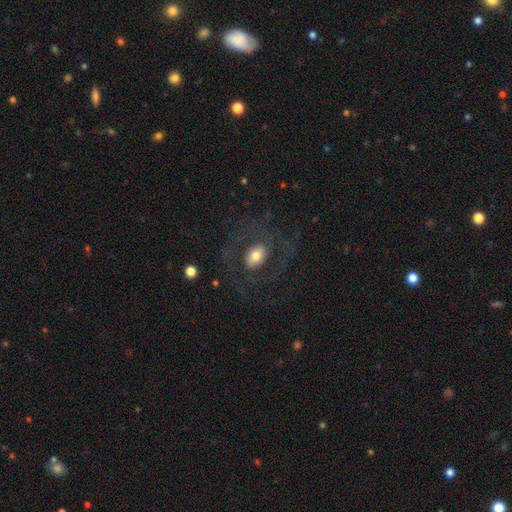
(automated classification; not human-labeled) Smooth or featured?
  - featured or disk: 49% *
  - smooth: 43%
  - star or artifact: 8%
Merging?
  - none: 64% *
  - major disturbance: 21%
  - minor disturbance: 13%
  - merger: 2%